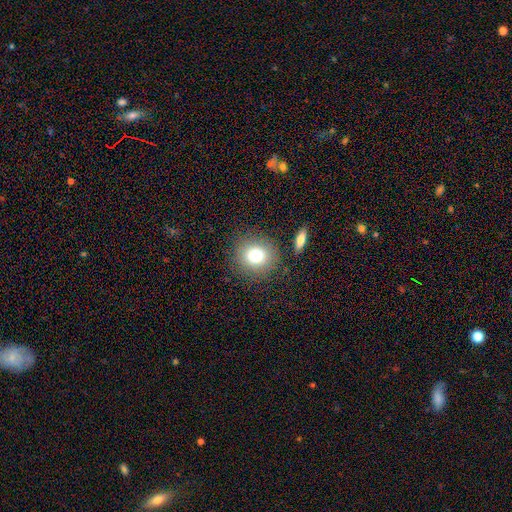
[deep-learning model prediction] The model was most divided on "smooth or featured": smooth: 76%, star or artifact: 13%, featured or disk: 11%. More confident: how rounded — round (86%); merging — none (84%).